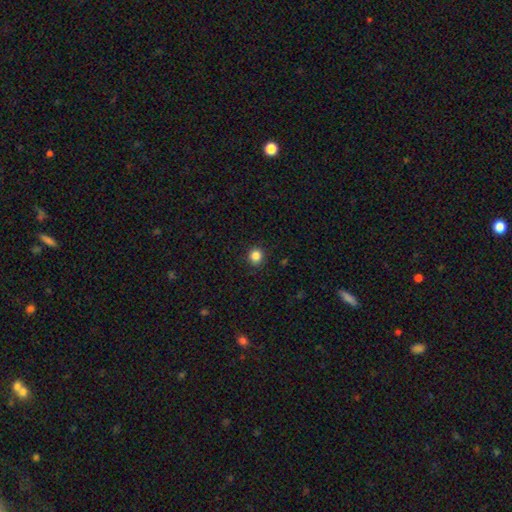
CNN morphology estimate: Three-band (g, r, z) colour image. It shows a smooth galaxy with no disk features (85%) that is round (87%). Merging: none (91%).